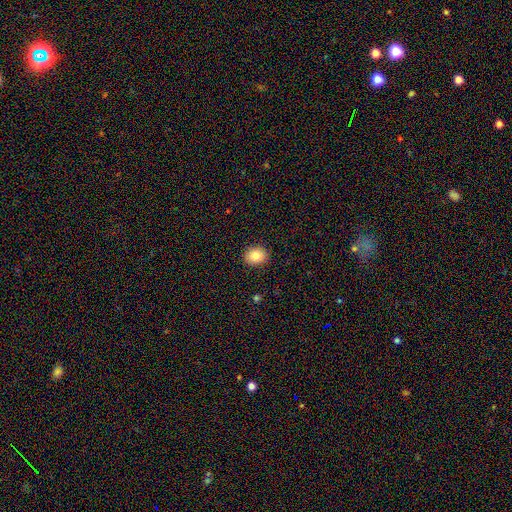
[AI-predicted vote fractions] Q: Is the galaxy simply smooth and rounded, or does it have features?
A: smooth — 83%.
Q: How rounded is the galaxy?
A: round — 55%.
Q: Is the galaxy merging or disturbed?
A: none — 90%.